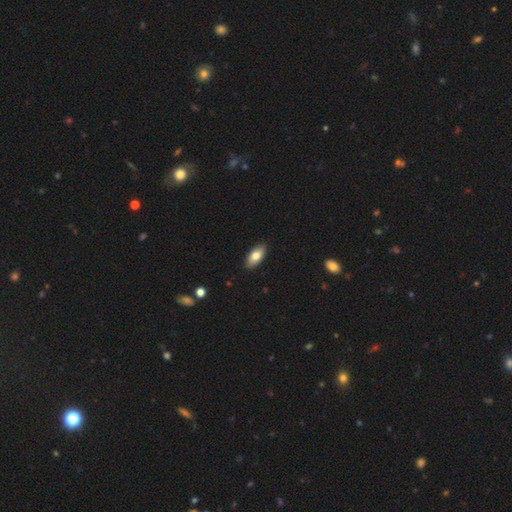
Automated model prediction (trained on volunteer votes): Q: Smooth or featured?
A: smooth (78%); runner-up: featured or disk (16%)
Q: How rounded?
A: in between (89%); runner-up: cigar-shaped (8%)
Q: Merging?
A: none (89%); runner-up: minor disturbance (8%)